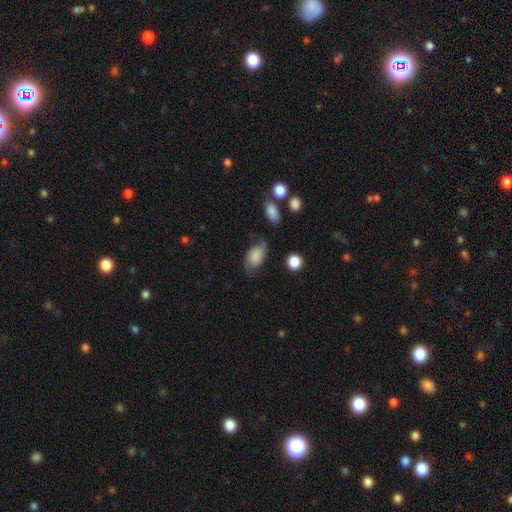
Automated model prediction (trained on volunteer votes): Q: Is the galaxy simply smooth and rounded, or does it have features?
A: smooth — 49%.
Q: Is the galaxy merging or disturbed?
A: none — 59%.